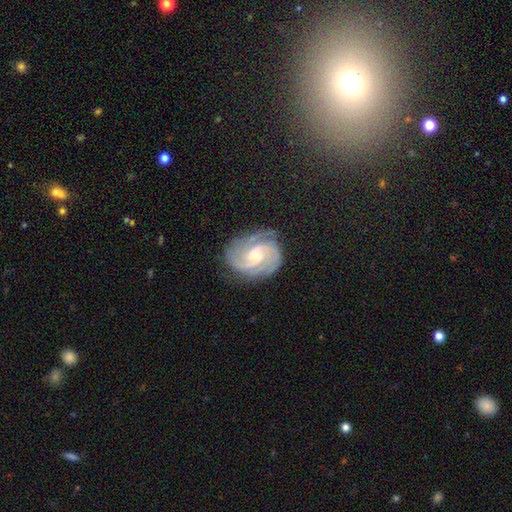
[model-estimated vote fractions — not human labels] Overall: featured or disk (89%). Edge-on disk: no (98%). Bar: no (52%; weak 40%). Spiral arms: yes (98%). Spiral arm count: 2 (44%; 3 31%). Spiral winding: tight (54%; medium 39%). Bulge size: small (56%; moderate 39%). Merging: none (74%).